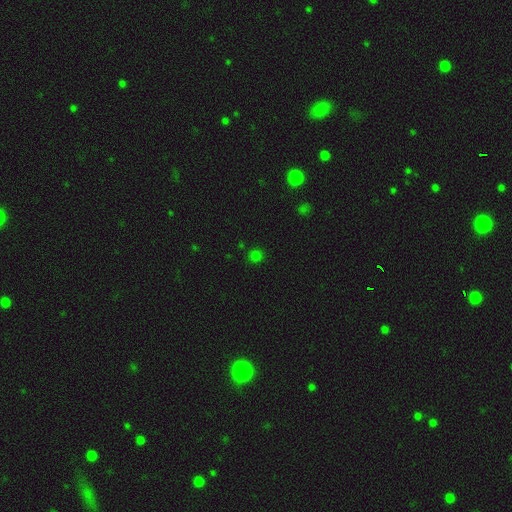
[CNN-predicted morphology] A smooth galaxy with no disk features (74%) that is round (92%). Merging: none (89%).